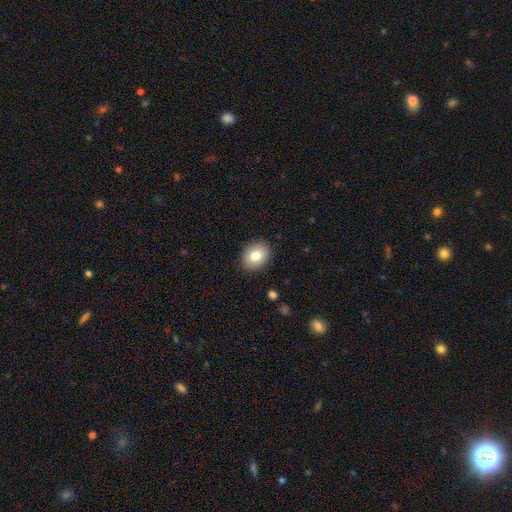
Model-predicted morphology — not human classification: Smooth or featured? Predicted: smooth (p=0.80). How rounded? Predicted: in between (p=0.55). Merging? Predicted: none (p=0.89).